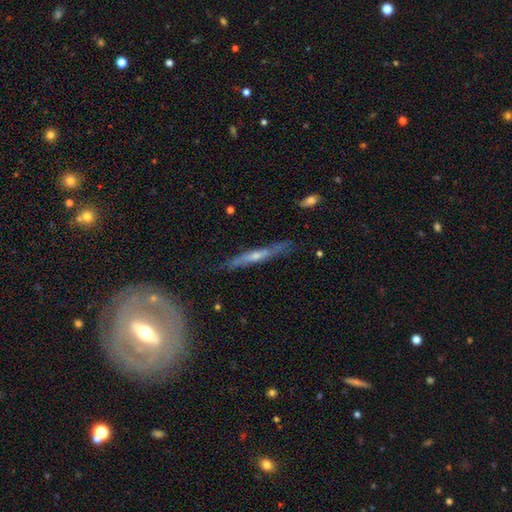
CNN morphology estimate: A featured or disk galaxy (66%) viewed edge-on (89%) with a rounded central bulge (60%). Merging: none (77%).